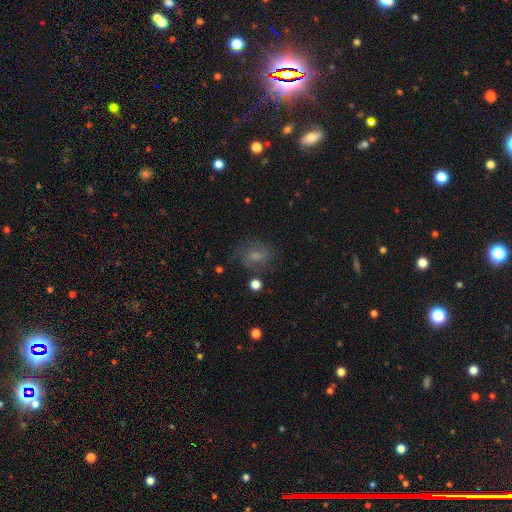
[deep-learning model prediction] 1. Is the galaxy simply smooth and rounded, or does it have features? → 41% smooth (tied), 41% featured or disk (tied), 17% star or artifact.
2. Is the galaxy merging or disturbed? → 64% none, 20% minor disturbance, 13% major disturbance, 3% merger.